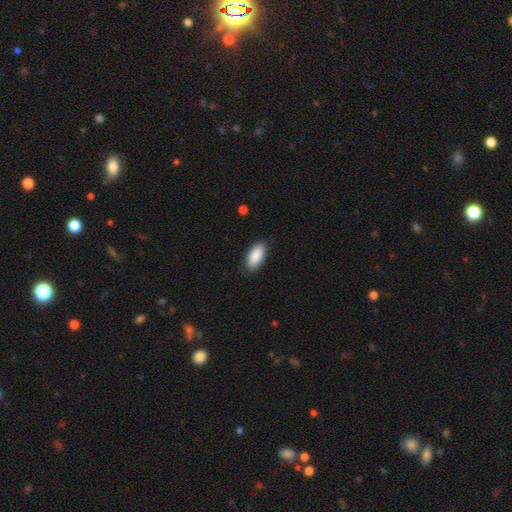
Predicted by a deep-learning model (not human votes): The model was most divided on "merging": none: 86%, minor disturbance: 11%, major disturbance: 2%, merger: 1%. More confident: how rounded — in between (92%); smooth or featured — smooth (90%).